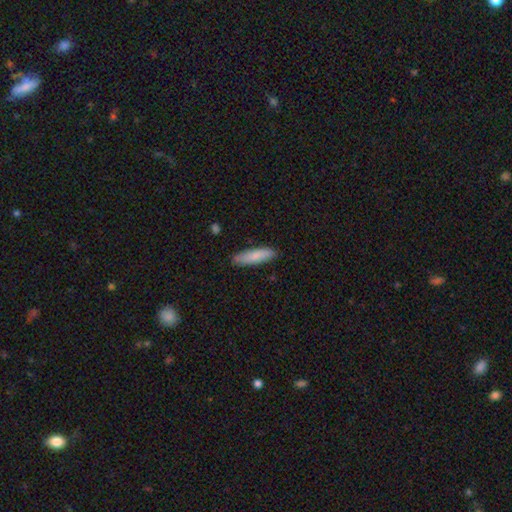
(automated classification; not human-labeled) Smooth or featured: smooth — 82% (featured or disk — 13%)
How rounded: cigar-shaped — 69% (in between — 29%)
Merging: none — 86% (minor disturbance — 11%)